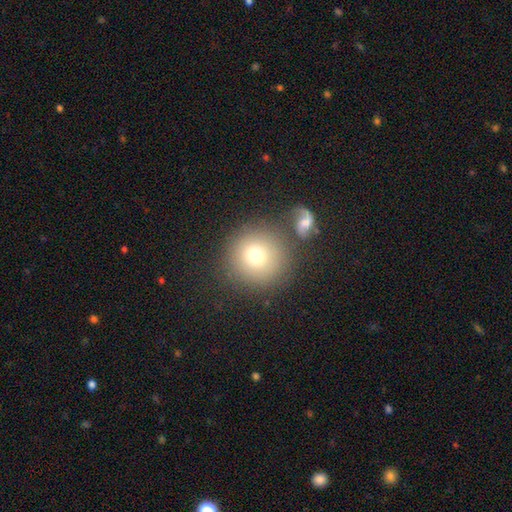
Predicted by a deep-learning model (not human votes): Smooth or featured? smooth (76%)
How rounded? round (94%)
Merging? none (73%)